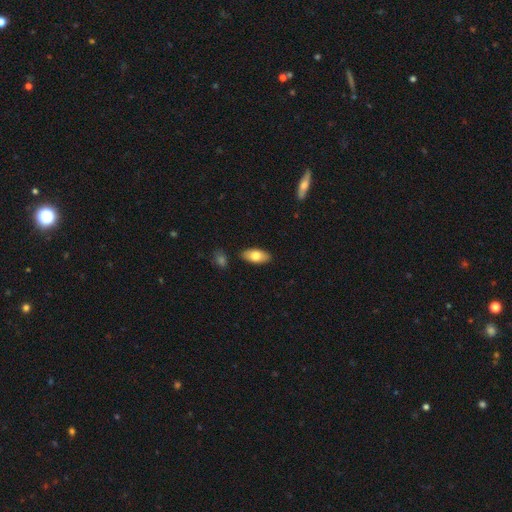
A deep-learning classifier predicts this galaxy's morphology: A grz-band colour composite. It shows a smooth galaxy with no disk features (77%) that is in between round and cigar-shaped (91%). Merging: none (87%).